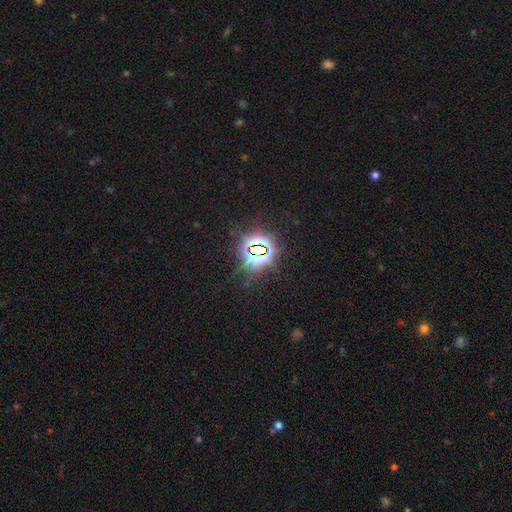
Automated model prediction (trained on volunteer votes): Q: Smooth or featured?
A: star or artifact (80%); runner-up: smooth (15%)